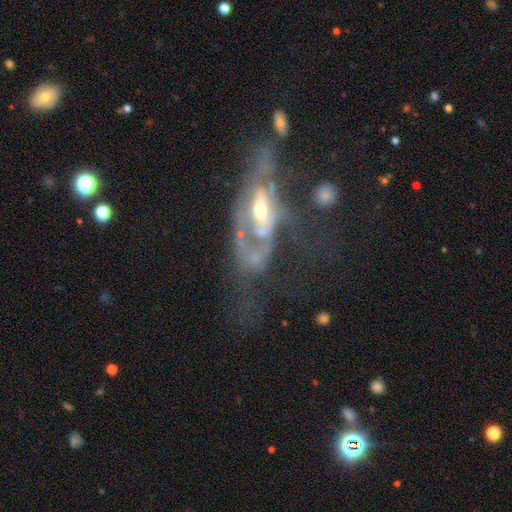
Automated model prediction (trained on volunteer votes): Smooth or featured? Predicted: featured or disk (p=0.68). Edge-on disk? Predicted: no (p=0.88). Bar? Predicted: no (p=0.68). Spiral arms? Predicted: no (p=0.60). Bulge size? Predicted: moderate (p=0.54). Merging? Predicted: major disturbance (p=0.45).